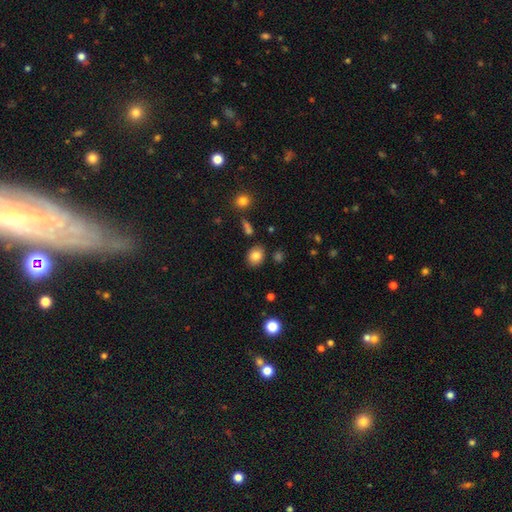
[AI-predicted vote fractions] Smooth or featured? smooth (82%)
How rounded? in between (52%)
Merging? none (84%)